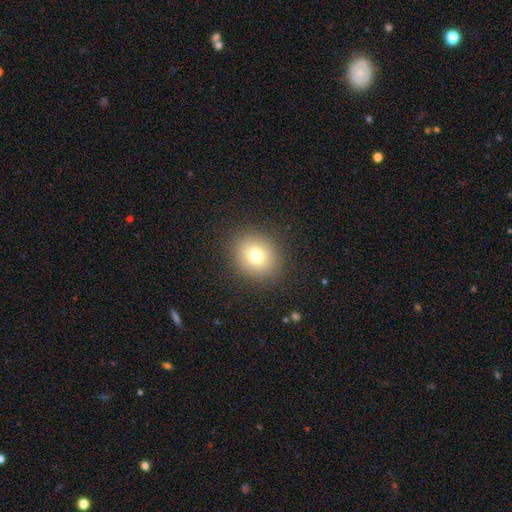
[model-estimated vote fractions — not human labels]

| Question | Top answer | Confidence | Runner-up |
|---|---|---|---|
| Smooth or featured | smooth | 76% | star or artifact (13%) |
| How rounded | round | 73% | in between (27%) |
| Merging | none | 89% | minor disturbance (7%) |